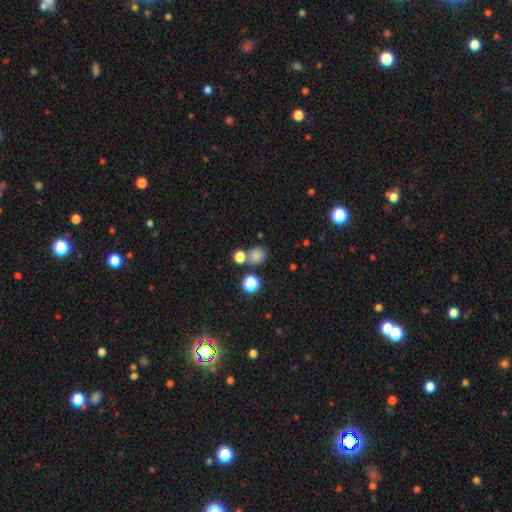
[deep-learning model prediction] Overall: smooth (77%). How rounded: round (78%). Merging: none (65%).